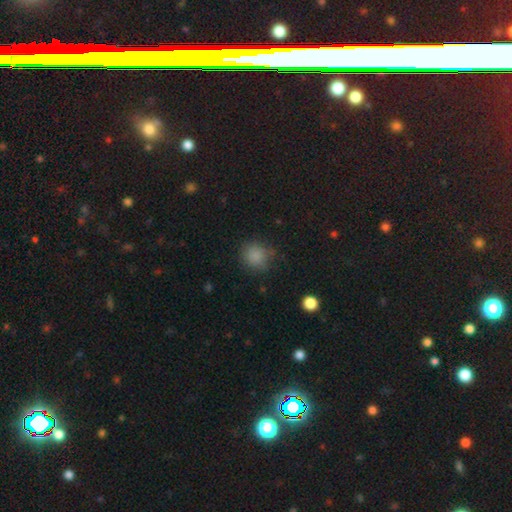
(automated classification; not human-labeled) Morphology: type=smooth (84%); roundness=round (85%); merging=none (76%).